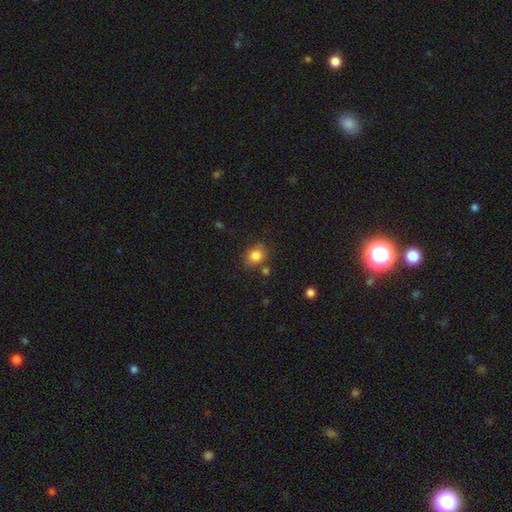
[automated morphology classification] A smooth galaxy with no disk features (83%) that is round (61%).

Vote fractions:
- Smooth or featured? smooth: 83% / star or artifact: 11% / featured or disk: 6%
- How rounded? round: 61% / in between: 38% / cigar-shaped: 1%
- Merging? none: 75% / minor disturbance: 14% / merger: 7% / major disturbance: 4%